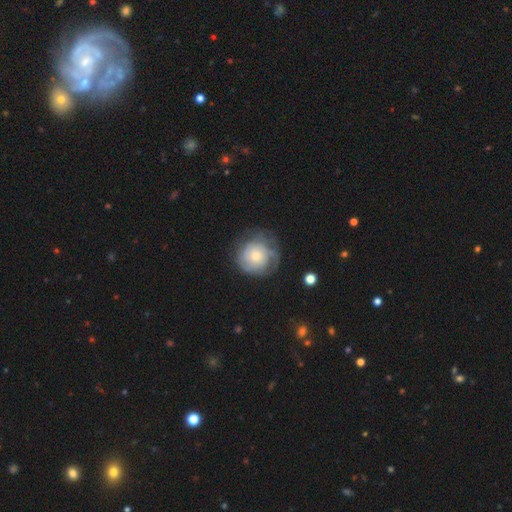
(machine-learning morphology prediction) Smooth or featured? Predicted: featured or disk (p=0.55). Edge-on disk? Predicted: no (p=0.97). Bar? Predicted: no (p=0.84). Spiral arms? Predicted: yes (p=0.76). Bulge size? Predicted: small (p=0.60). Merging? Predicted: none (p=0.62).